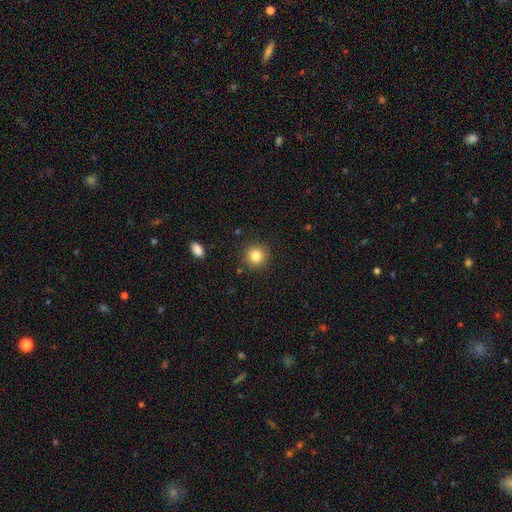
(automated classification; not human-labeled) This appears to be a smooth galaxy with no disk features (83%) that is round (92%). Merging: none (88%).